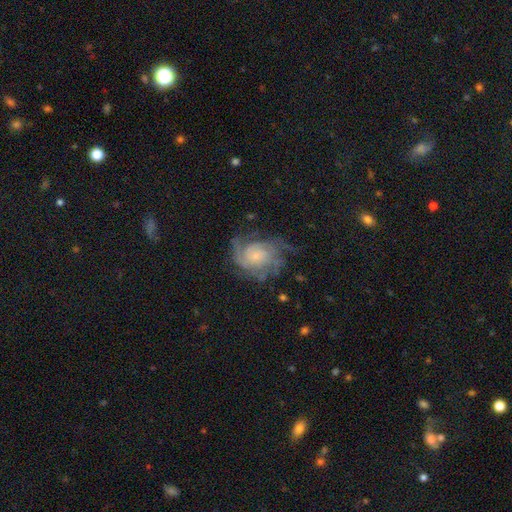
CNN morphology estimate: Smooth or featured: featured or disk — 83% (smooth — 10%)
Edge-on disk: no — 98% (yes — 2%)
Bar: no — 73% (weak — 24%)
Spiral arms: yes — 95% (no — 5%)
Spiral winding: tight — 51% (medium — 36%)
Spiral arm count: can't tell — 30% (3 — 23%)
Bulge size: small — 69% (moderate — 20%)
Merging: none — 60% (minor disturbance — 20%)